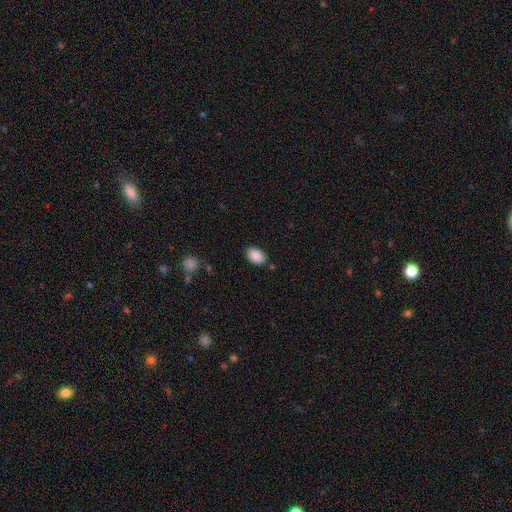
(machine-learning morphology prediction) A smooth galaxy with no disk features (89%) that is in between round and cigar-shaped (87%).

Vote fractions:
- Smooth or featured? smooth: 89% / star or artifact: 7% / featured or disk: 3%
- How rounded? in between: 87% / round: 12% / cigar-shaped: 1%
- Merging? none: 82% / minor disturbance: 12% / major disturbance: 3% / merger: 2%